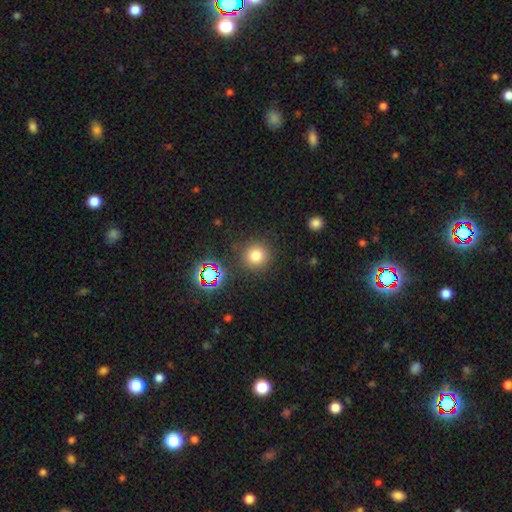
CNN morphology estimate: smooth-or-featured: smooth: 75% | star or artifact: 18% | featured or disk: 7%
  how-rounded: round: 94% | in between: 5% | cigar-shaped: 1%
  merging: none: 87% | minor disturbance: 7% | major disturbance: 3% | merger: 3%